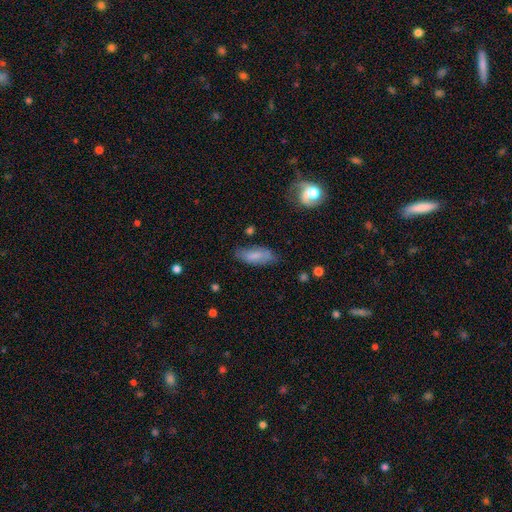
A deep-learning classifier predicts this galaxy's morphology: Smooth or featured?
  - smooth: 73% *
  - featured or disk: 20%
  - star or artifact: 7%
How rounded?
  - in between: 75% *
  - cigar-shaped: 23%
  - round: 2%
Merging?
  - none: 73% *
  - minor disturbance: 20%
  - major disturbance: 5%
  - merger: 2%